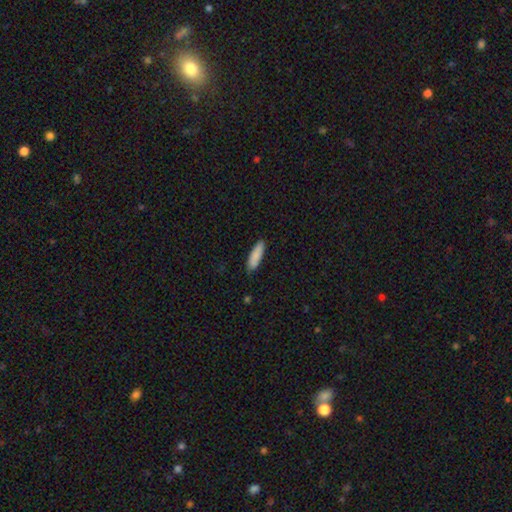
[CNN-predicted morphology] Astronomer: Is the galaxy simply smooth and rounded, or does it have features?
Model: smooth — 87%.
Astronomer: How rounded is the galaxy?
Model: cigar-shaped — 58% (runner-up: in between, 41%).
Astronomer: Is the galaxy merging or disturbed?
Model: none — 84%.